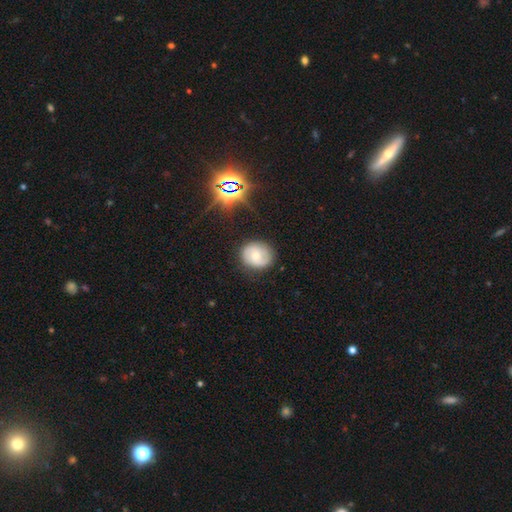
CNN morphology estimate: smooth_or_featured: smooth (p=0.51) [alt: featured or disk p=0.38]
how_rounded: round (p=0.75) [alt: in between p=0.24]
merging: none (p=0.80) [alt: minor disturbance p=0.15]